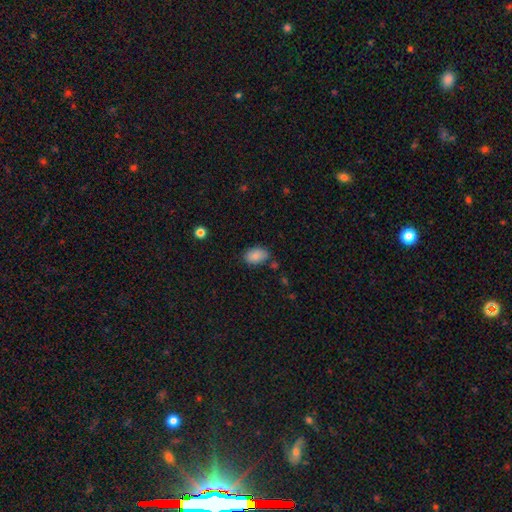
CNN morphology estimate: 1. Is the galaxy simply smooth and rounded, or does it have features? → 87% smooth, 8% star or artifact, 5% featured or disk.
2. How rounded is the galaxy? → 89% in between, 10% round, 1% cigar-shaped.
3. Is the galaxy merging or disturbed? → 78% none, 15% minor disturbance, 4% merger, 3% major disturbance.